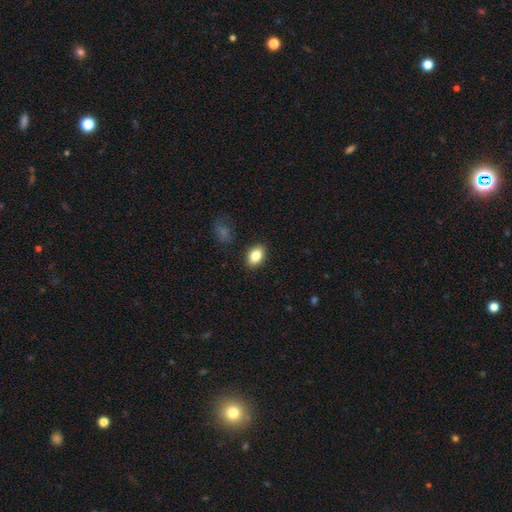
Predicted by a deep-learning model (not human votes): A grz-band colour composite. It shows a smooth galaxy with no disk features (83%) that is in between round and cigar-shaped (85%). Merging: none (88%).